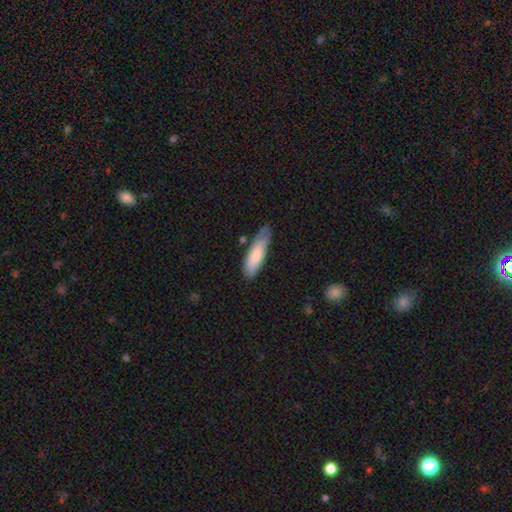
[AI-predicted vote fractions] Morphology: type=smooth (77%); roundness=cigar-shaped (54%); merging=none (62%).